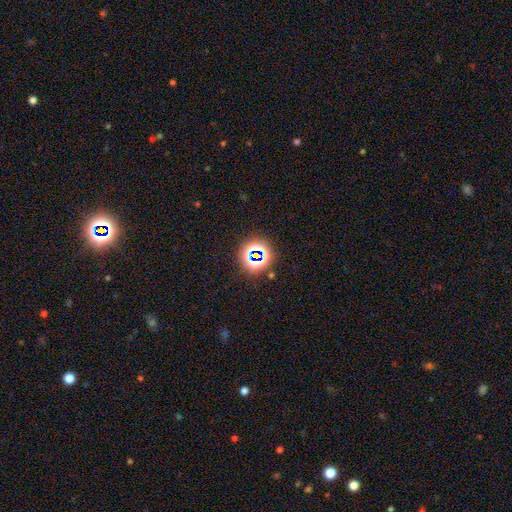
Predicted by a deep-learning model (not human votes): Smooth or featured?
  - star or artifact: 68% *
  - smooth: 22%
  - featured or disk: 9%